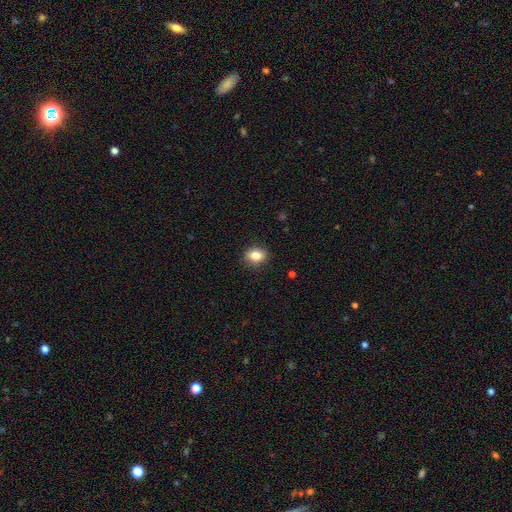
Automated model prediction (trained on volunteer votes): This appears to be a smooth galaxy with no disk features (82%) that is in between round and cigar-shaped (56%). Merging: none (89%).